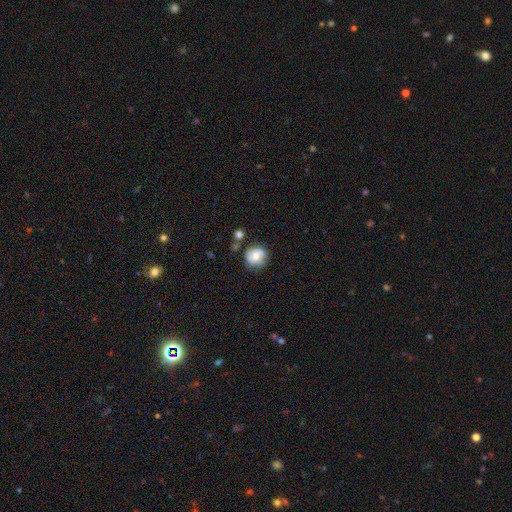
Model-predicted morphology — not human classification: smooth-or-featured: smooth: 57% | featured or disk: 34% | star or artifact: 9%
  how-rounded: round: 86% | in between: 13% | cigar-shaped: 1%
  merging: none: 65% | minor disturbance: 21% | merger: 9% | major disturbance: 6%